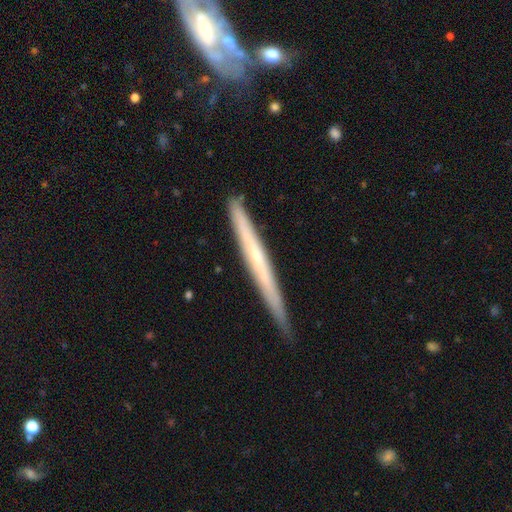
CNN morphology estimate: A featured or disk galaxy (58%) viewed edge-on (95%) with no central bulge (76%). Merging: none (84%).